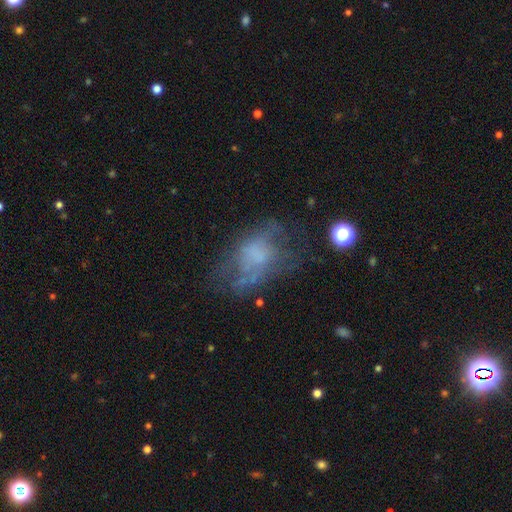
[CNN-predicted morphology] The model was most divided on "merging": none: 39%, major disturbance: 33%, minor disturbance: 23%, merger: 5%. Remaining: smooth or featured — featured or disk (47%).